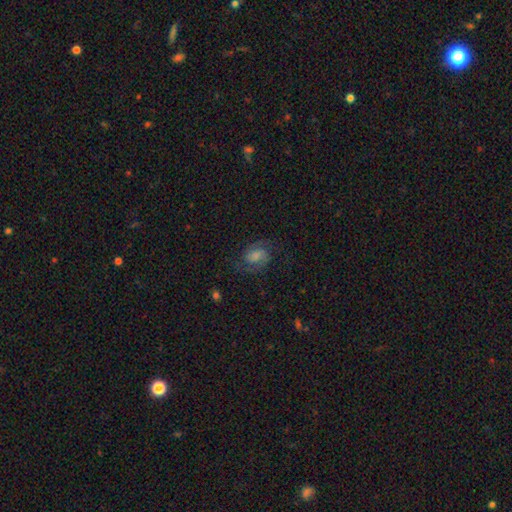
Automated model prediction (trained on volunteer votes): Smooth or featured? featured or disk (72%)
Edge-on disk? no (98%)
Bar? weak (50%)
Spiral arms? yes (95%)
Spiral winding? medium (56%)
Spiral arm count? 2 (90%)
Bulge size? moderate (31%)
Merging? none (78%)